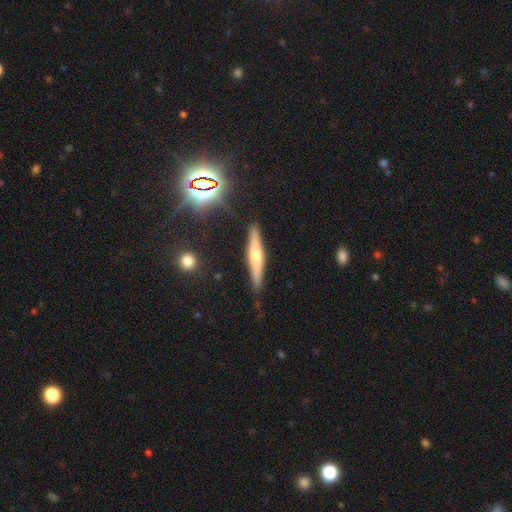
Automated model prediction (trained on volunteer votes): Morphology: type=featured or disk (56%); edge-on=yes (94%); edge-on bulge=rounded (83%); merging=none (86%).